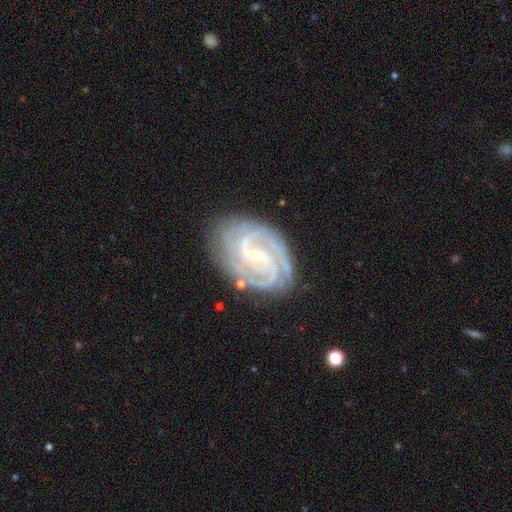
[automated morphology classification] Smooth or featured: featured or disk — 92% (star or artifact — 5%)
Edge-on disk: no — 97% (yes — 3%)
Bar: weak — 45% (strong — 29%)
Spiral arms: yes — 98% (no — 2%)
Spiral winding: tight — 66% (medium — 30%)
Spiral arm count: 3 — 35% (2 — 24%)
Bulge size: small — 73% (moderate — 24%)
Merging: none — 78% (minor disturbance — 16%)